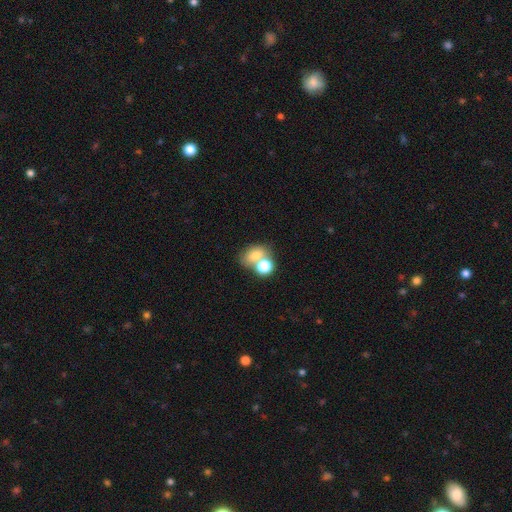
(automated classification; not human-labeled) The model was most divided on "merging": merger: 50%, none: 36%, minor disturbance: 9%, major disturbance: 5%. More confident: smooth or featured — smooth (73%); how rounded — in between (58%).